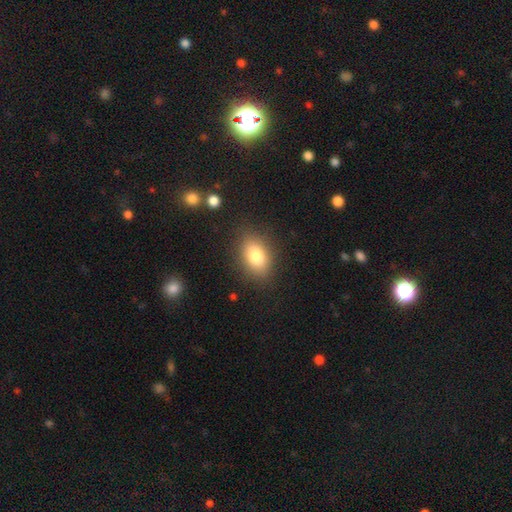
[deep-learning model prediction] A smooth galaxy with no disk features (80%) that is in between round and cigar-shaped (80%).

Vote fractions:
- Smooth or featured? smooth: 80% / featured or disk: 11% / star or artifact: 10%
- How rounded? in between: 80% / round: 18% / cigar-shaped: 2%
- Merging? none: 84% / minor disturbance: 11% / major disturbance: 4% / merger: 1%